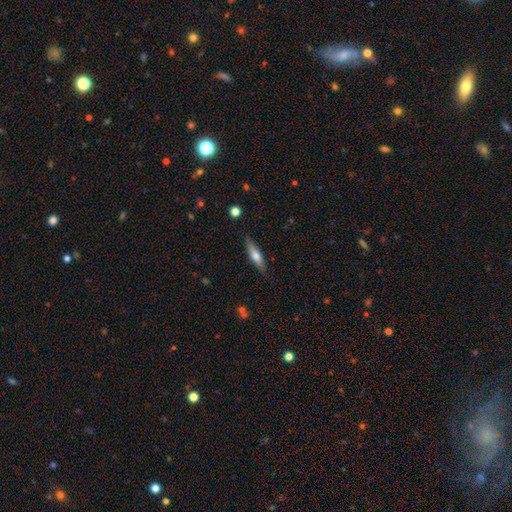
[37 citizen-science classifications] A smooth galaxy with no disk features (57%) that is cigar-shaped (95%). Merging: none (80%).